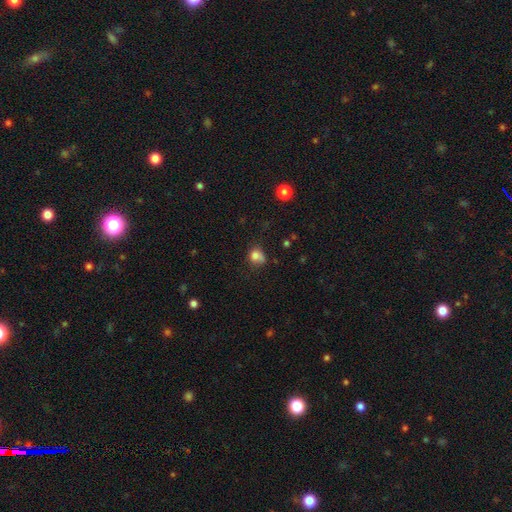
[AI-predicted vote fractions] Q: Smooth or featured?
A: smooth (78%); runner-up: star or artifact (12%)
Q: How rounded?
A: round (62%); runner-up: in between (37%)
Q: Merging?
A: none (47%); runner-up: minor disturbance (33%)